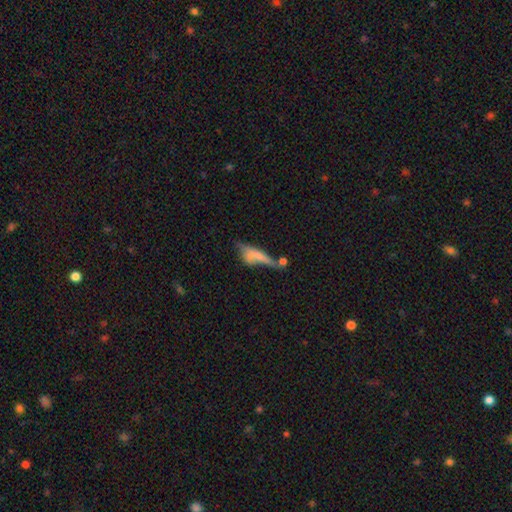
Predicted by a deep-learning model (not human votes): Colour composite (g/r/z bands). It shows a smooth galaxy with no disk features (51%) that is cigar-shaped (63%). Merging: merger (35%).